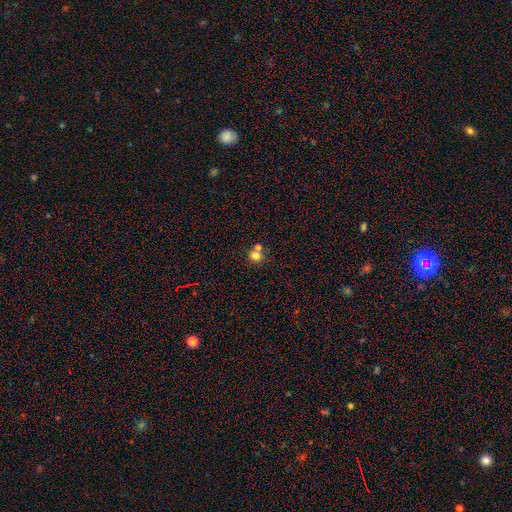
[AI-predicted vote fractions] Overall: smooth (75%). How rounded: round (77%). Merging: none (54%; merger 34%).